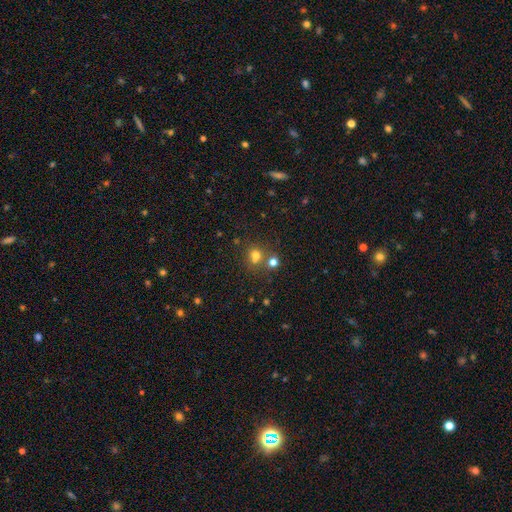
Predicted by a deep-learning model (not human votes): A smooth galaxy with no disk features (69%) that is round (79%). Merging: none (51%).